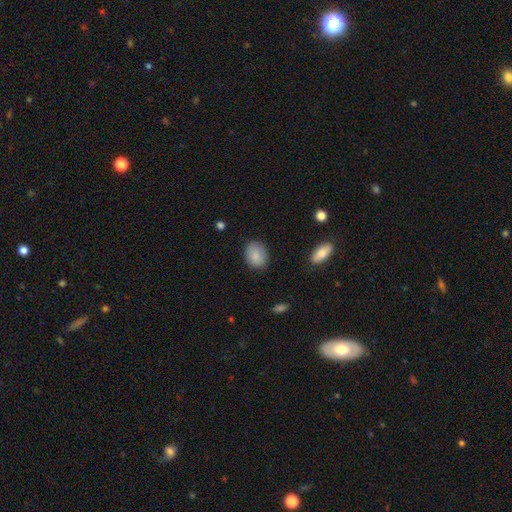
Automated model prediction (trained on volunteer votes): smooth 87%, star or artifact 7%, featured or disk 6%. Down the decision tree: how rounded — in between (71%); merging — none (83%).